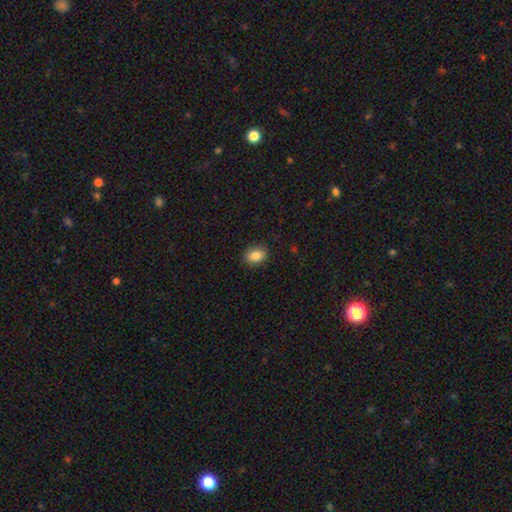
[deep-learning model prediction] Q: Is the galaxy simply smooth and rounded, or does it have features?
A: smooth — 86%.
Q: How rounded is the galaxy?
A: in between — 69%.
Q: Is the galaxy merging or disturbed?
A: none — 88%.